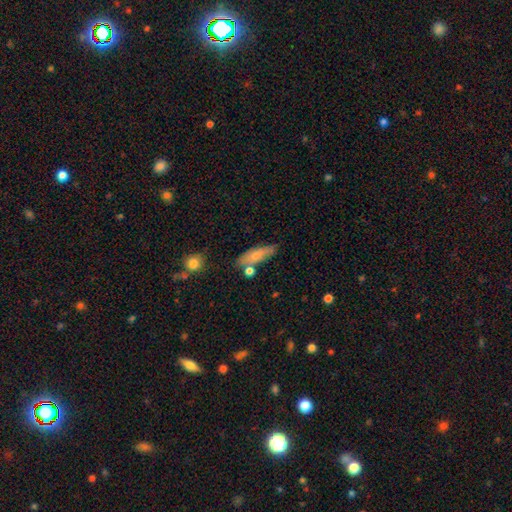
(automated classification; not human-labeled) Overall: smooth (69%). How rounded: in between (50%; cigar-shaped 46%). Merging: none (68%).